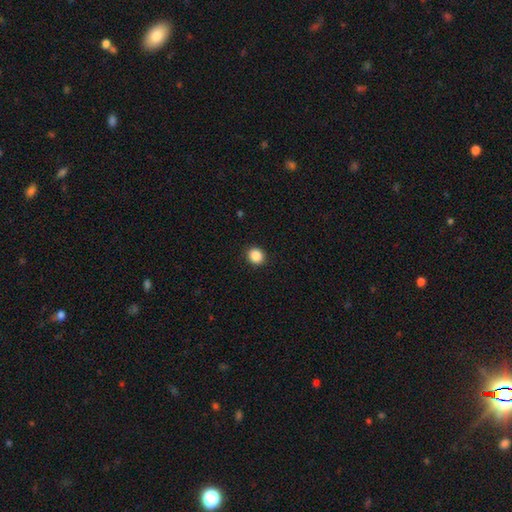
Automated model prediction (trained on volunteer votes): The model was most divided on "how rounded": round: 82%, in between: 17%, cigar-shaped: 1%. More confident: merging — none (92%); smooth or featured — smooth (88%).